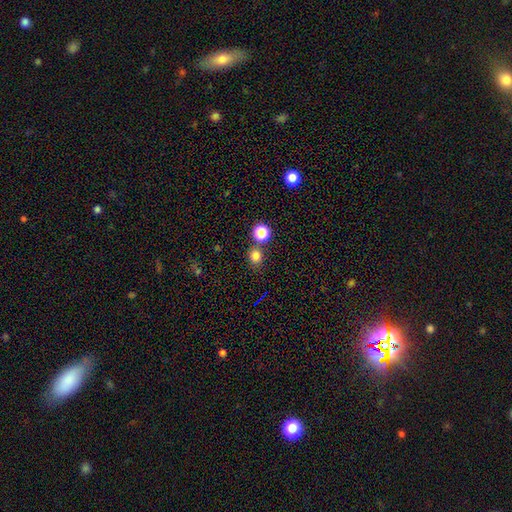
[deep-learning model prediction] A smooth galaxy with no disk features (78%) that is round (81%).

Vote fractions:
- Smooth or featured? smooth: 78% / star or artifact: 17% / featured or disk: 5%
- How rounded? round: 81% / in between: 18% / cigar-shaped: 1%
- Merging? none: 73% / merger: 15% / minor disturbance: 9% / major disturbance: 3%